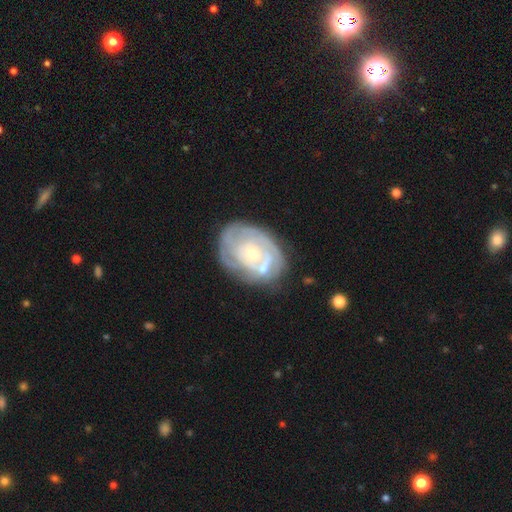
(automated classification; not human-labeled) This appears to be a featured or disk galaxy (74%) with no bar (80%), tight (74%) spiral arms (72%) and a small central bulge (57%). Merging: none (63%).